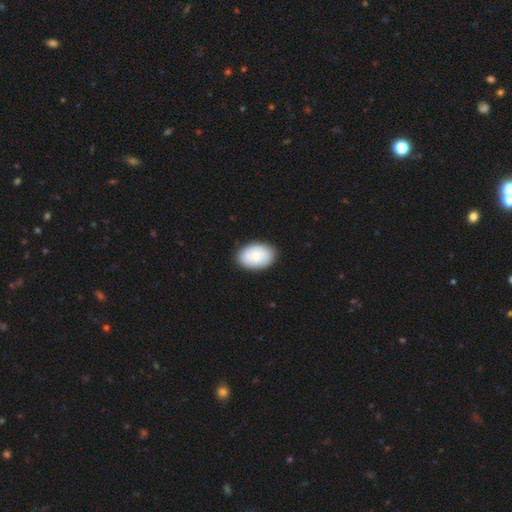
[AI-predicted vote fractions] Overall: smooth (78%). How rounded: in between (86%). Merging: none (87%).